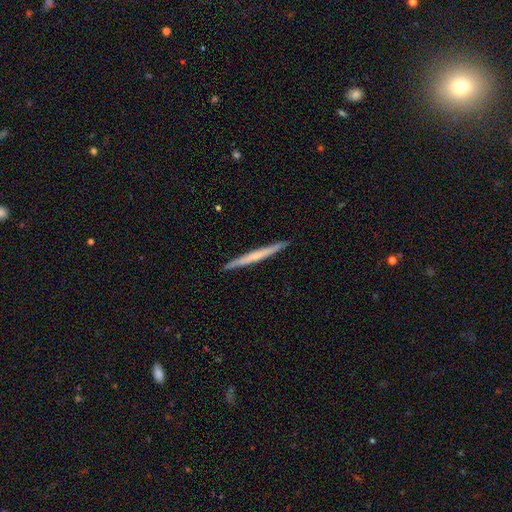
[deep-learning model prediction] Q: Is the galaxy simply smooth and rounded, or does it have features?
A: featured or disk — 49%.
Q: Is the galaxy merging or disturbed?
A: none — 92%.